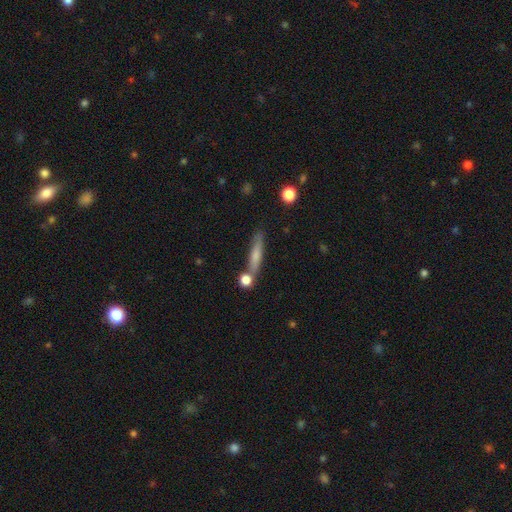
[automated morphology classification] Smooth or featured: smooth — 65% (featured or disk — 28%)
How rounded: cigar-shaped — 87% (in between — 10%)
Merging: none — 70% (minor disturbance — 13%)